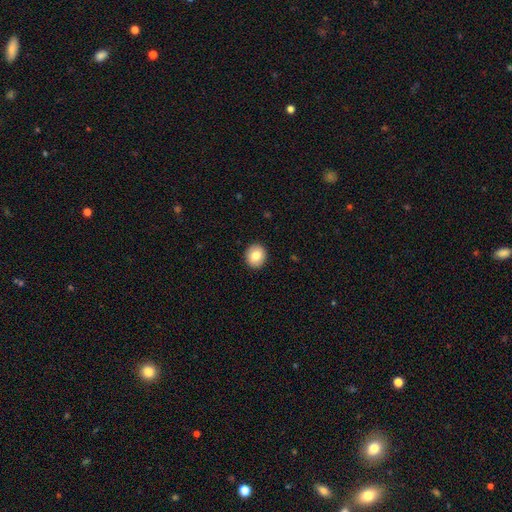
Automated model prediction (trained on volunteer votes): Overall: smooth (83%). How rounded: round (78%). Merging: none (92%).